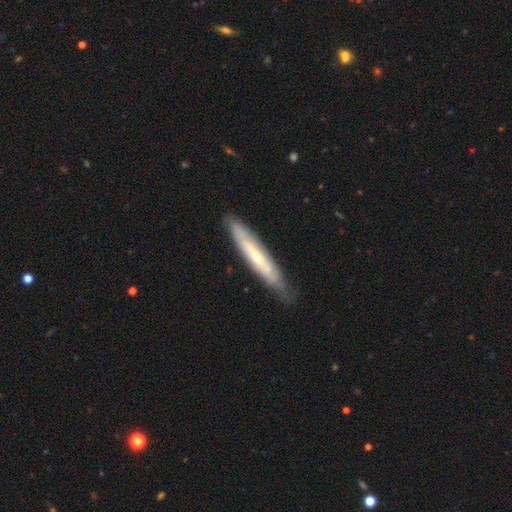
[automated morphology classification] A featured or disk galaxy (52%) viewed edge-on (71%). Merging: none (76%).